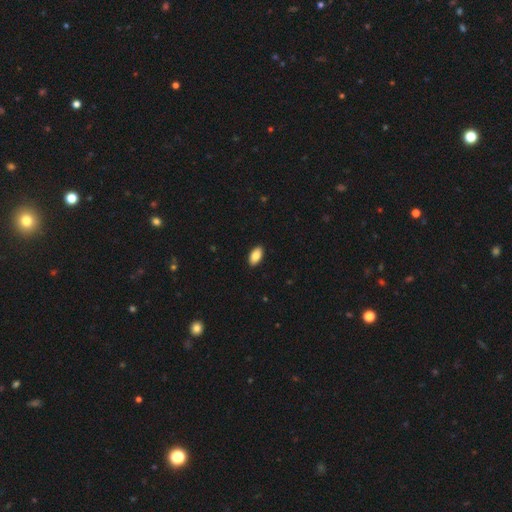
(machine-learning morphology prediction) This appears to be a smooth galaxy with no disk features (87%) that is in between round and cigar-shaped (94%). Merging: none (90%).